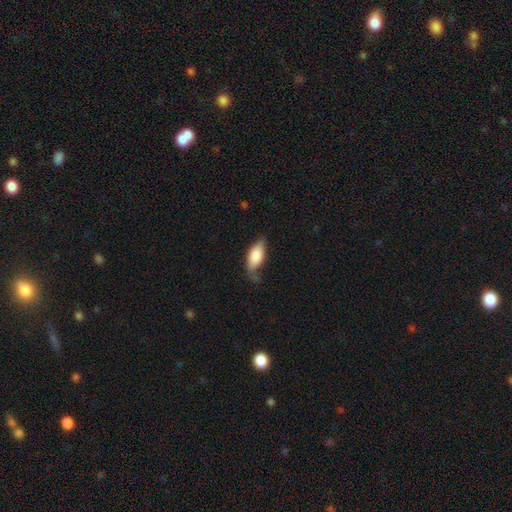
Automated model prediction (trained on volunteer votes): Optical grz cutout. It shows a smooth galaxy with no disk features (76%) that is in between round and cigar-shaped (85%). Merging: none (43%).